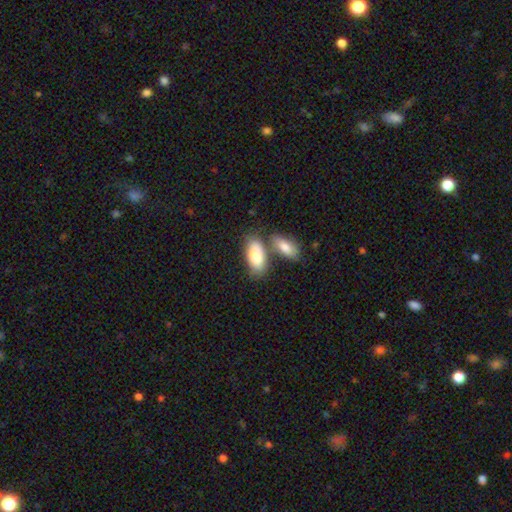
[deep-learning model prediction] smooth 81%, featured or disk 14%, star or artifact 5%. Down the decision tree: how rounded — in between (91%); merging — none (50%).